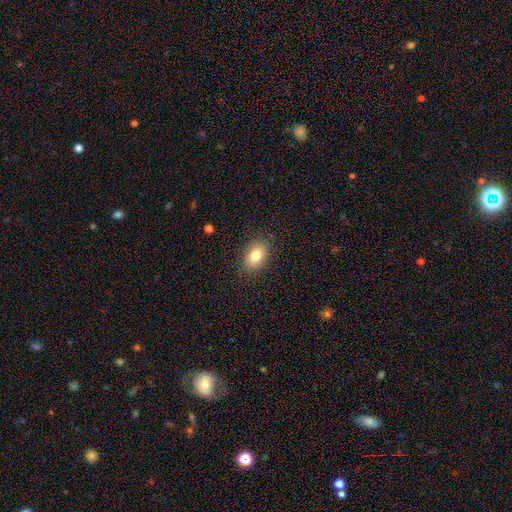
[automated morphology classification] smooth-or-featured: smooth: 82% | featured or disk: 10% | star or artifact: 9%
  how-rounded: in between: 85% | round: 14% | cigar-shaped: 2%
  merging: none: 86% | minor disturbance: 10% | major disturbance: 3% | merger: 1%